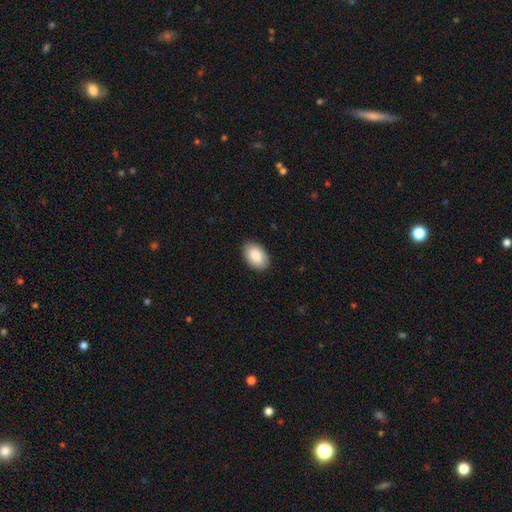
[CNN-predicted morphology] smooth_or_featured: smooth (p=0.88) [alt: featured or disk p=0.07]
how_rounded: in between (p=0.92) [alt: round p=0.07]
merging: none (p=0.89) [alt: minor disturbance p=0.09]